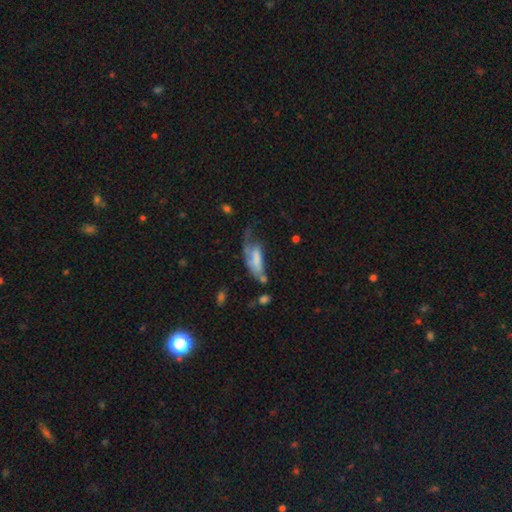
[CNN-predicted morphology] Smooth or featured: smooth — 47% (featured or disk — 44%)
Merging: major disturbance — 45% (none — 22%)